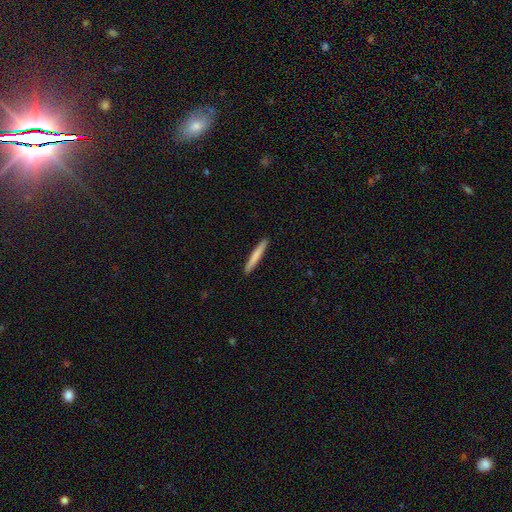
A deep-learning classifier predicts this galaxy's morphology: Smooth or featured?
  - smooth: 77% *
  - featured or disk: 18%
  - star or artifact: 5%
How rounded?
  - cigar-shaped: 96% *
  - in between: 3%
  - round: 1%
Merging?
  - none: 93% *
  - minor disturbance: 5%
  - major disturbance: 1%
  - merger: 1%